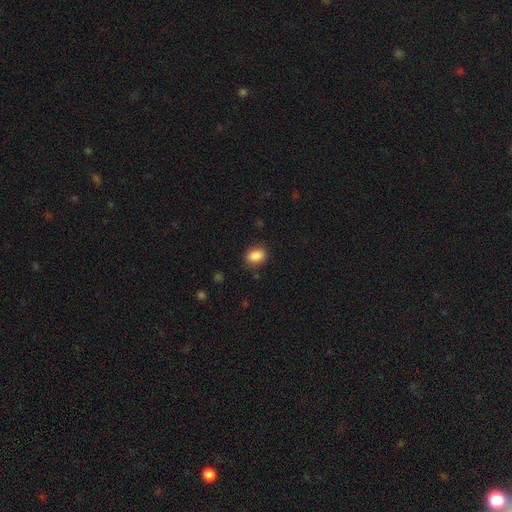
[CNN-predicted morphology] Smooth or featured? smooth (88%)
How rounded? in between (71%)
Merging? none (85%)